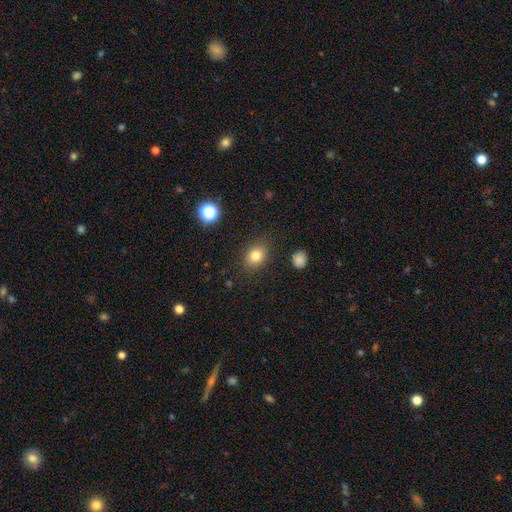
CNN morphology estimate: A smooth galaxy with no disk features (81%) that is in between round and cigar-shaped (51%). Merging: none (83%).